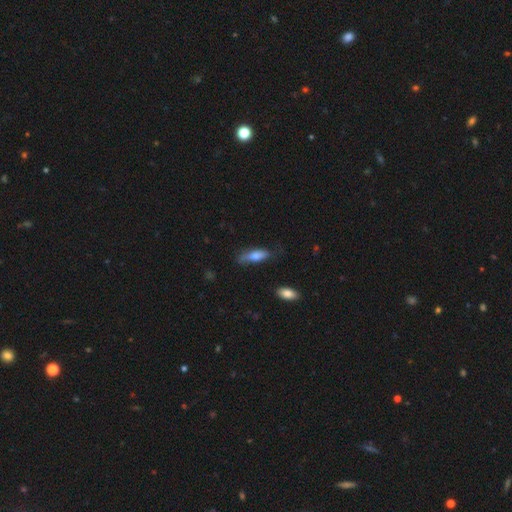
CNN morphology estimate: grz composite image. It shows a smooth galaxy with no disk features (73%) that is in between round and cigar-shaped (52%). Merging: none (61%).